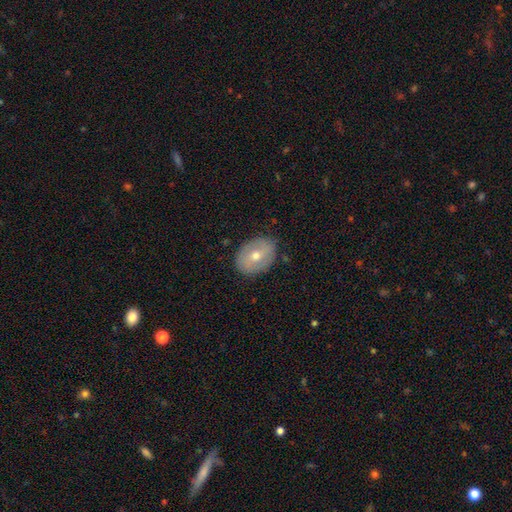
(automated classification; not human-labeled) Smooth or featured? featured or disk (48%)
Merging? none (84%)